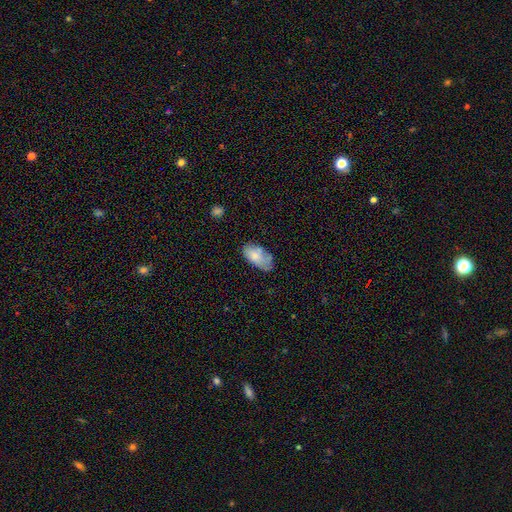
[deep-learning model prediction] Smooth or featured: smooth — 76% (featured or disk — 17%)
How rounded: in between — 94% (round — 3%)
Merging: none — 53% (minor disturbance — 30%)